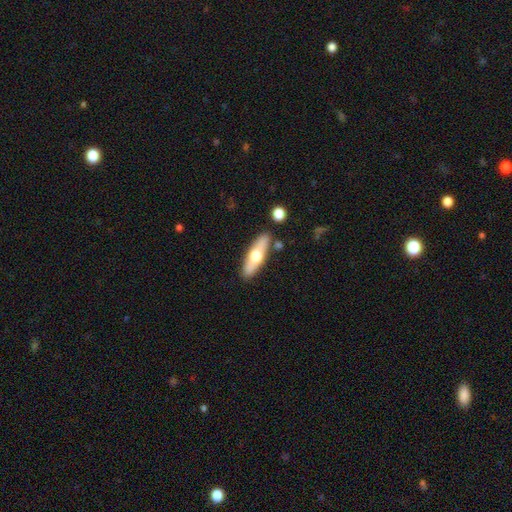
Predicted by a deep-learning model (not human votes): Q: Smooth or featured?
A: smooth (52%); runner-up: featured or disk (43%)
Q: How rounded?
A: cigar-shaped (54%); runner-up: in between (43%)
Q: Merging?
A: none (83%); runner-up: minor disturbance (10%)